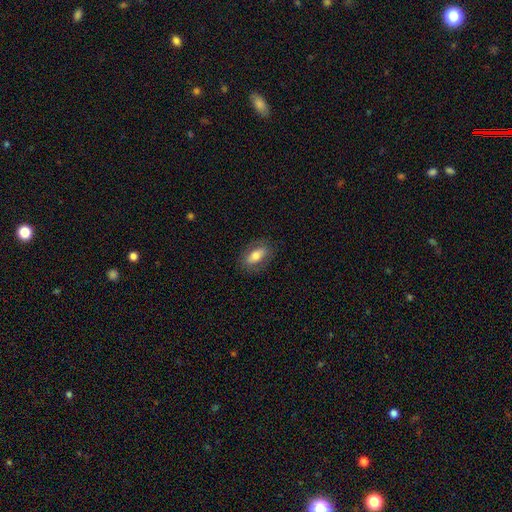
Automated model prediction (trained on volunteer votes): smooth 65%, featured or disk 28%, star or artifact 7%. Down the decision tree: how rounded — in between (82%); merging — none (82%).